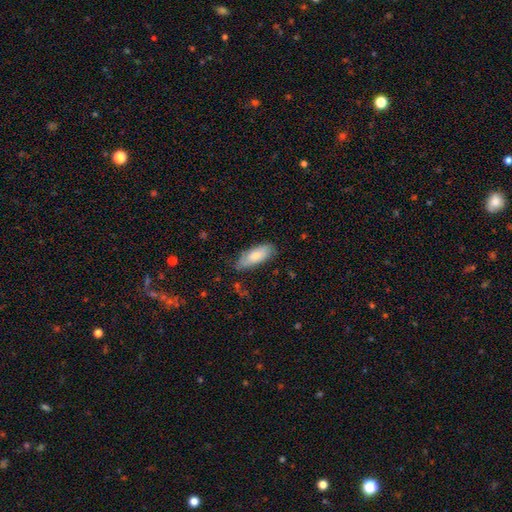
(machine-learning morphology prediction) smooth_or_featured: smooth (p=0.74) [alt: featured or disk p=0.20]
how_rounded: in between (p=0.78) [alt: cigar-shaped p=0.21]
merging: none (p=0.73) [alt: minor disturbance p=0.21]